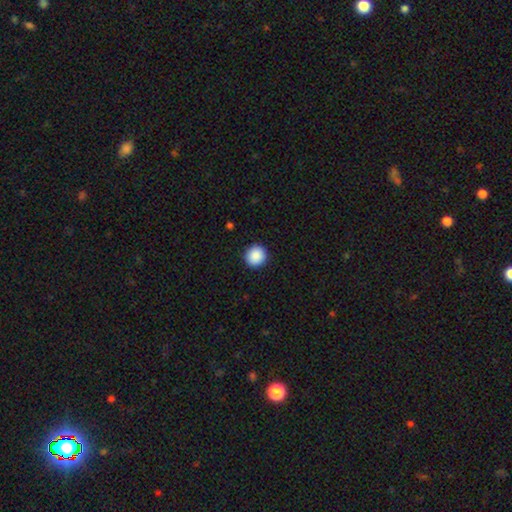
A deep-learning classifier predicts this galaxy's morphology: Q: Smooth or featured?
A: smooth (89%); runner-up: star or artifact (8%)
Q: How rounded?
A: round (92%); runner-up: in between (7%)
Q: Merging?
A: none (92%); runner-up: minor disturbance (5%)